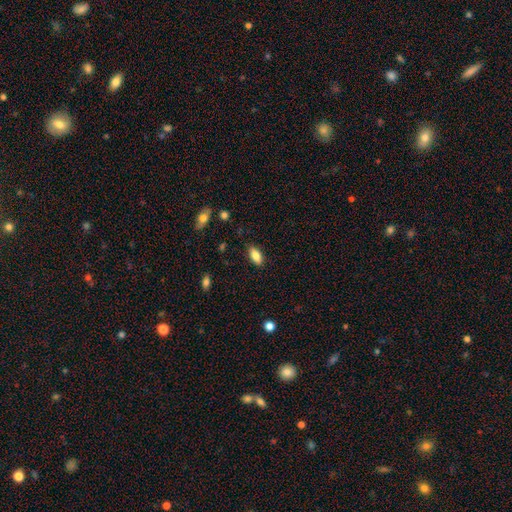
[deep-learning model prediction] Morphology: type=smooth (84%); roundness=in between (89%); merging=none (87%).